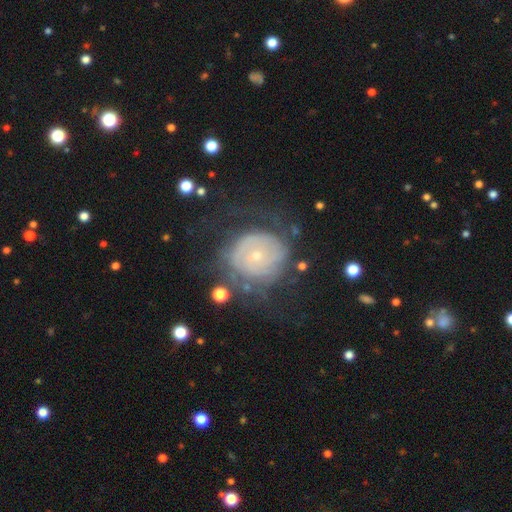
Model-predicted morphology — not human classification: Smooth or featured: featured or disk — 71% (smooth — 22%)
Edge-on disk: no — 97% (yes — 3%)
Bar: no — 74% (weak — 21%)
Spiral arms: yes — 77% (no — 23%)
Spiral winding: tight — 68% (medium — 22%)
Spiral arm count: can't tell — 51% (2 — 27%)
Bulge size: small — 79% (moderate — 16%)
Merging: none — 56% (minor disturbance — 21%)